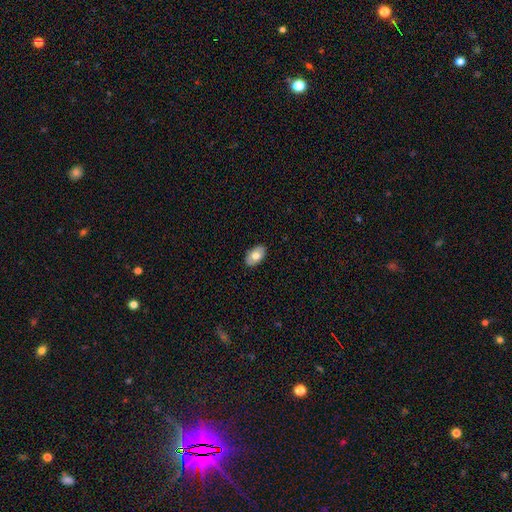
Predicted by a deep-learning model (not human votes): Q: Smooth or featured?
A: smooth (69%); runner-up: featured or disk (25%)
Q: How rounded?
A: in between (93%); runner-up: round (6%)
Q: Merging?
A: none (88%); runner-up: minor disturbance (9%)